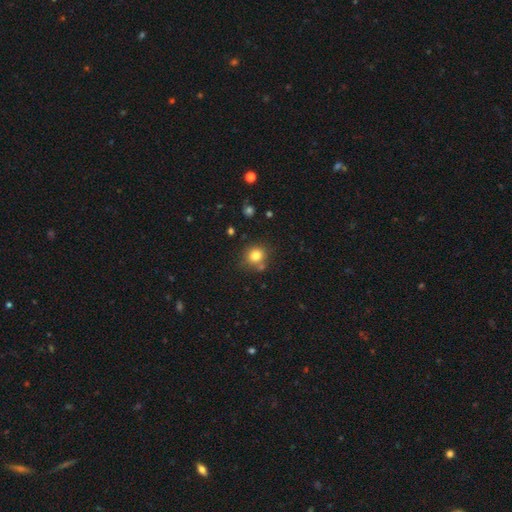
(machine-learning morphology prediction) A smooth galaxy with no disk features (80%) that is round (82%).

Vote fractions:
- Smooth or featured? smooth: 80% / star or artifact: 12% / featured or disk: 8%
- How rounded? round: 82% / in between: 17% / cigar-shaped: 1%
- Merging? none: 73% / merger: 12% / minor disturbance: 12% / major disturbance: 3%